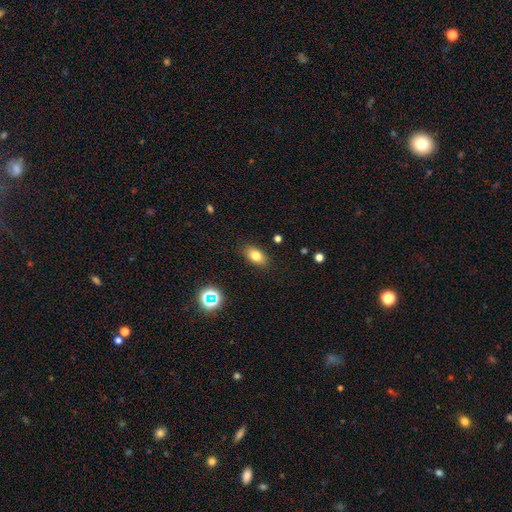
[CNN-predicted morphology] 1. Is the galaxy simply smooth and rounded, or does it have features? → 78% smooth, 11% star or artifact, 10% featured or disk.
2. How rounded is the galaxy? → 86% in between, 11% round, 3% cigar-shaped.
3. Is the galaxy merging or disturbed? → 86% none, 10% minor disturbance, 3% major disturbance, 1% merger.